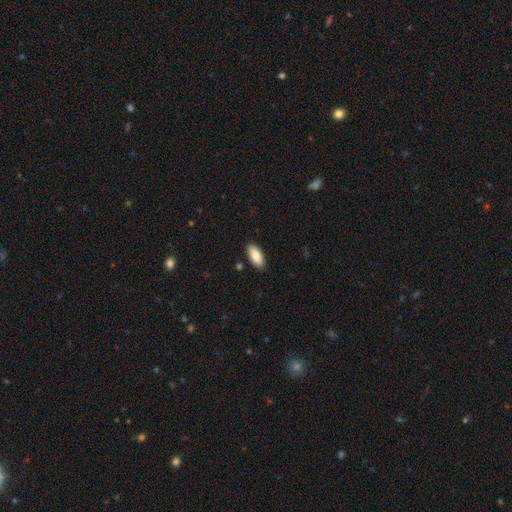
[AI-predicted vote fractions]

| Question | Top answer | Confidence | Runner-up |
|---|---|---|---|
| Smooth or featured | smooth | 87% | featured or disk (7%) |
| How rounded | in between | 87% | cigar-shaped (12%) |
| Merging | none | 88% | minor disturbance (8%) |